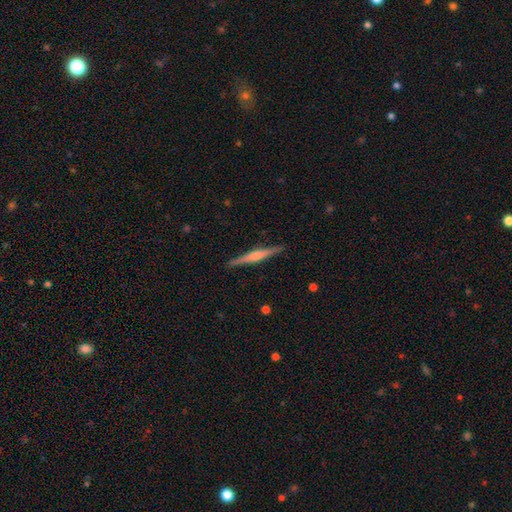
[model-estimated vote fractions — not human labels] featured or disk 67%, smooth 27%, star or artifact 6%. Down the decision tree: edge-on disk — yes (98%); edge-on bulge — rounded (59%); merging — none (91%).